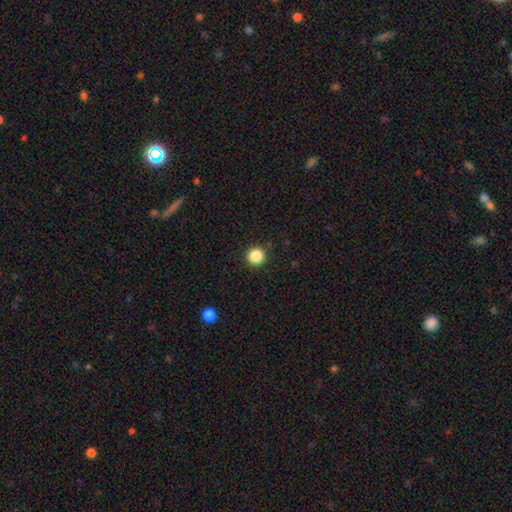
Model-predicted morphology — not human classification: smooth-or-featured: smooth: 86% | star or artifact: 11% | featured or disk: 3%
  how-rounded: round: 96% | in between: 3% | cigar-shaped: 1%
  merging: none: 92% | minor disturbance: 5% | major disturbance: 2% | merger: 1%